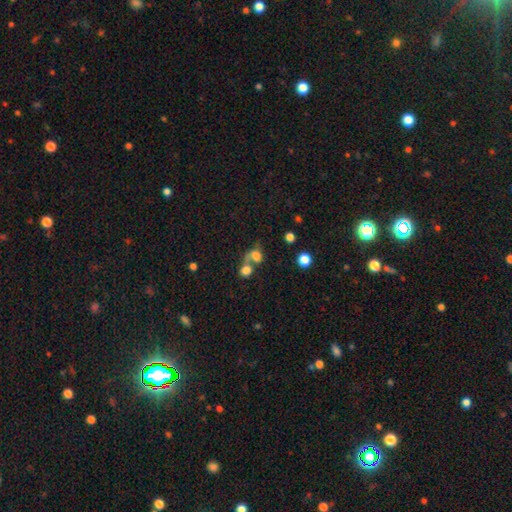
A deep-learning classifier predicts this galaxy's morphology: This is likely a smooth galaxy (70%). How rounded: possibly round (56%). Merging: possibly merger (57%).